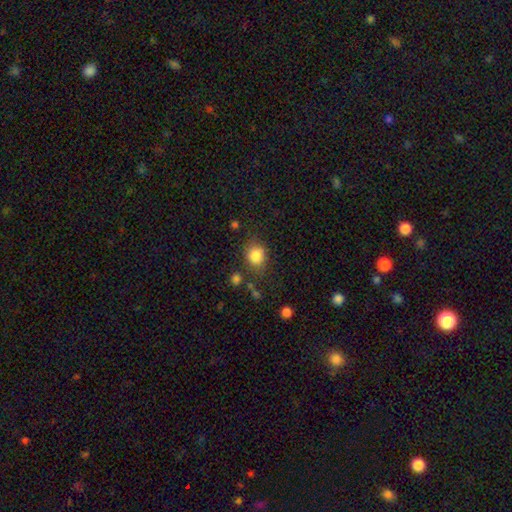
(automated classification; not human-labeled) smooth-or-featured: smooth: 84% | star or artifact: 10% | featured or disk: 6%
  how-rounded: round: 65% | in between: 34% | cigar-shaped: 1%
  merging: none: 71% | minor disturbance: 18% | major disturbance: 7% | merger: 5%